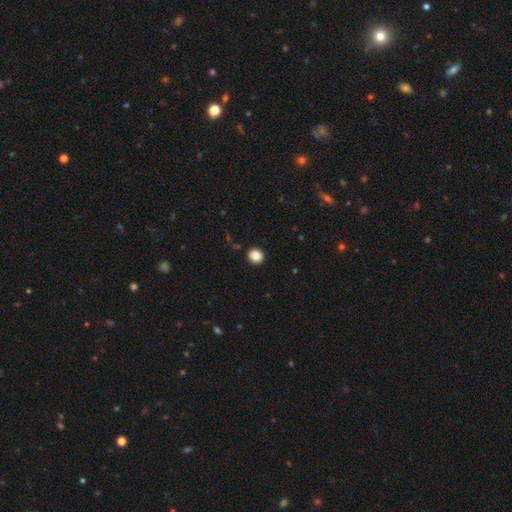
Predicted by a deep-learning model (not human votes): Q: Smooth or featured?
A: smooth (87%); runner-up: star or artifact (10%)
Q: How rounded?
A: round (87%); runner-up: in between (12%)
Q: Merging?
A: none (92%); runner-up: minor disturbance (5%)